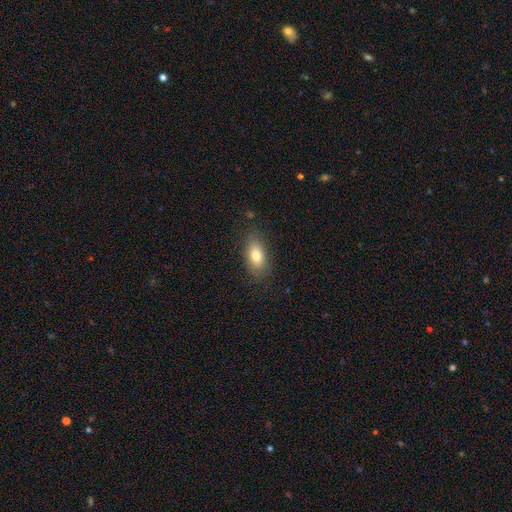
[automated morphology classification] A smooth galaxy with no disk features (77%) that is in between round and cigar-shaped (87%). Merging: none (83%).